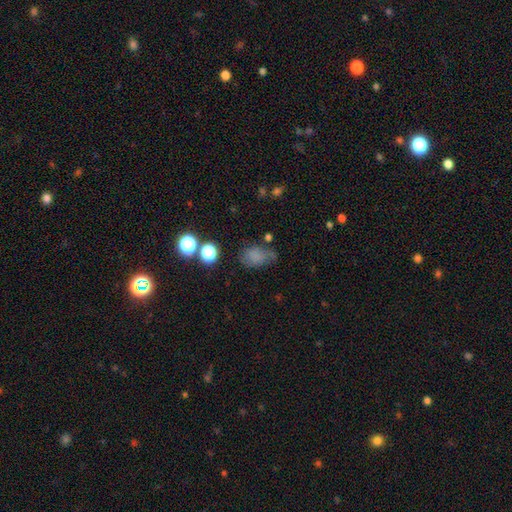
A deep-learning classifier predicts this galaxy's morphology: This is likely a smooth galaxy (71%). How rounded: likely in between (74%). Merging: possibly none (52%).